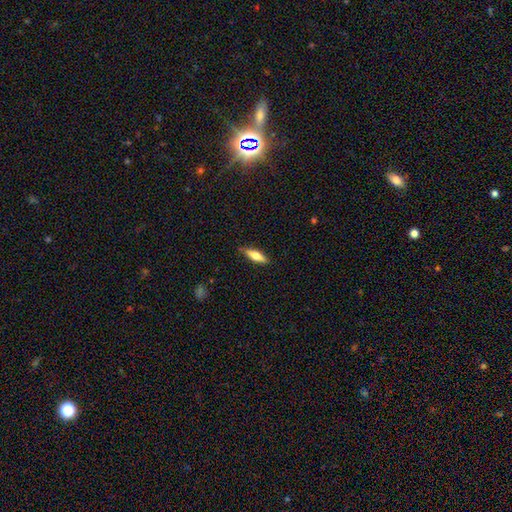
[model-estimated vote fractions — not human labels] smooth 64%, featured or disk 30%, star or artifact 6%. Down the decision tree: how rounded — cigar-shaped (59%); merging — none (85%).